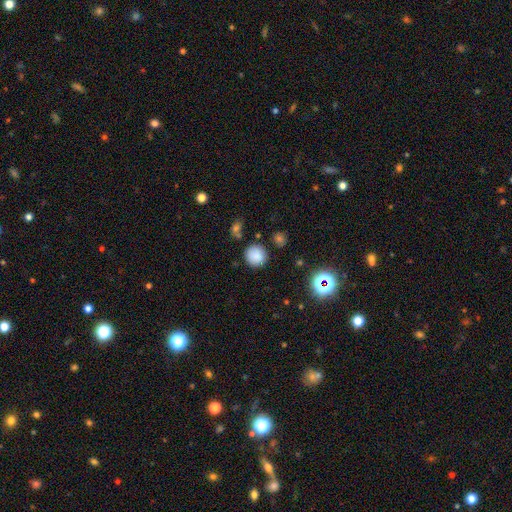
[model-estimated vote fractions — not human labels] Smooth or featured?
  - smooth: 82% *
  - star or artifact: 13%
  - featured or disk: 5%
How rounded?
  - round: 92% *
  - in between: 7%
  - cigar-shaped: 1%
Merging?
  - none: 82% *
  - minor disturbance: 10%
  - merger: 4%
  - major disturbance: 3%